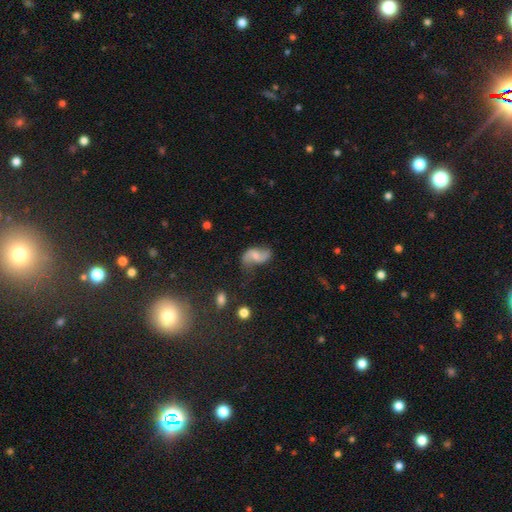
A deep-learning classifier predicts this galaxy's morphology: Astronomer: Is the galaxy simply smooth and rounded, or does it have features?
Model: featured or disk — 69%.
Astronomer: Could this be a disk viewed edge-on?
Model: no — 97%.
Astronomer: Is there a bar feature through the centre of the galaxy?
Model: no — 44% (runner-up: weak, 43%).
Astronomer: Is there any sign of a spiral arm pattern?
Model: yes — 92%.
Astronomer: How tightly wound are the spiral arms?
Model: loose — 76%.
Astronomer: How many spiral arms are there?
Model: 2 — 90%.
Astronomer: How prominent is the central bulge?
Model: small — 40% (runner-up: moderate, 33%).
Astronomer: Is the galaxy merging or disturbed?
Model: none — 60%.